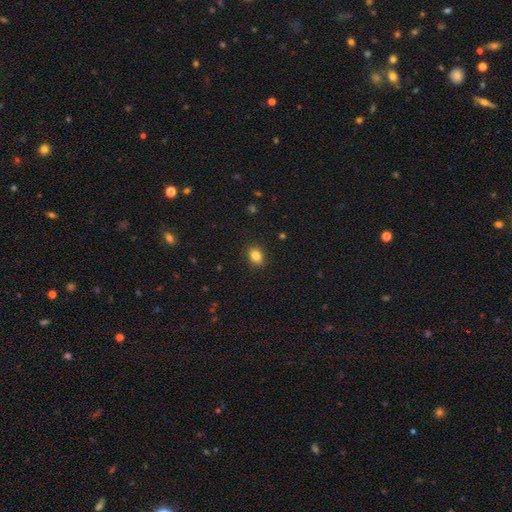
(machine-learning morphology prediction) type=smooth (83%); roundness=in between (53%); merging=none (89%).